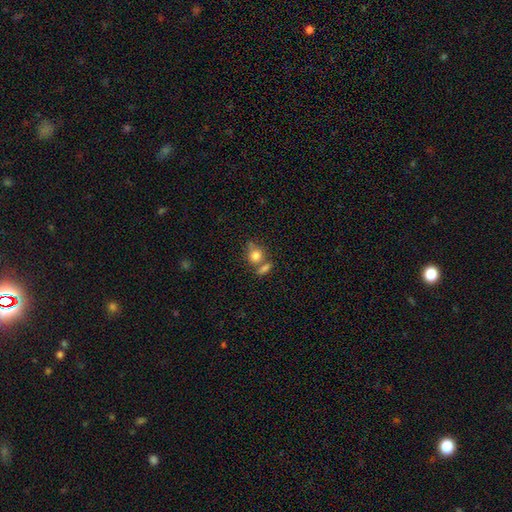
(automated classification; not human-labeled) A smooth galaxy with no disk features (79%) that is round (67%).

Vote fractions:
- Smooth or featured? smooth: 79% / featured or disk: 11% / star or artifact: 10%
- How rounded? round: 67% / in between: 31% / cigar-shaped: 2%
- Merging? none: 48% / merger: 32% / minor disturbance: 14% / major disturbance: 6%